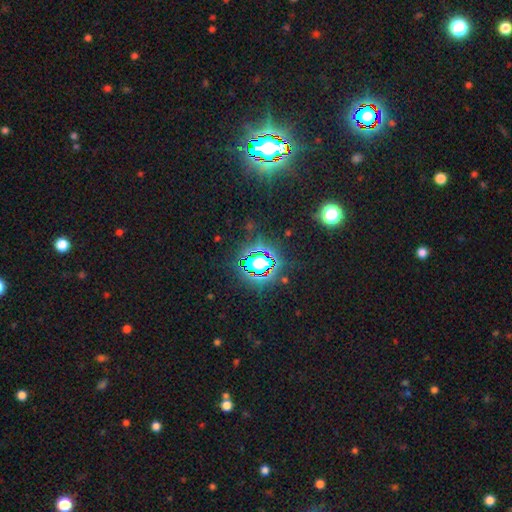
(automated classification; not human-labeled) This is clearly a star or artifact rather than a galaxy (84%).